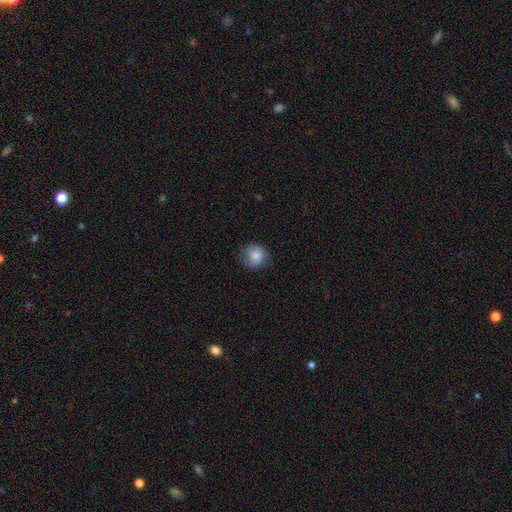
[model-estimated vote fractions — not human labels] Smooth or featured? Predicted: smooth (p=0.85). How rounded? Predicted: round (p=0.87). Merging? Predicted: none (p=0.79).